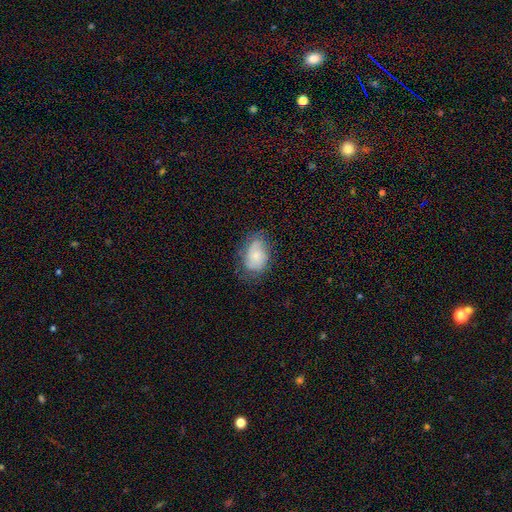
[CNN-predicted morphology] smooth_or_featured: smooth (p=0.56) [alt: featured or disk p=0.35]
how_rounded: in between (p=0.81) [alt: round p=0.18]
merging: none (p=0.64) [alt: minor disturbance p=0.25]